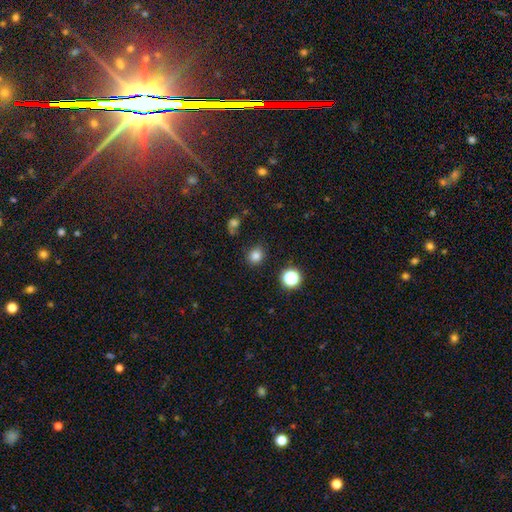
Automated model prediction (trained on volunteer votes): Q: Smooth or featured?
A: smooth (80%); runner-up: star or artifact (15%)
Q: How rounded?
A: round (78%); runner-up: in between (21%)
Q: Merging?
A: none (84%); runner-up: minor disturbance (10%)